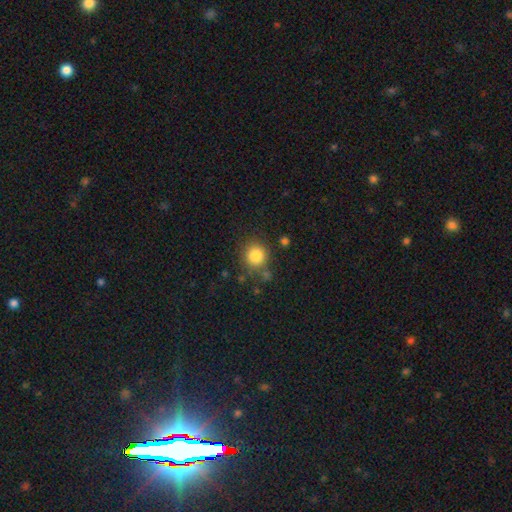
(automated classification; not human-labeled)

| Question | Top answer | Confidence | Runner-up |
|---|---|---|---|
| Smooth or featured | smooth | 83% | star or artifact (11%) |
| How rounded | round | 90% | in between (9%) |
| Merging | none | 78% | minor disturbance (12%) |